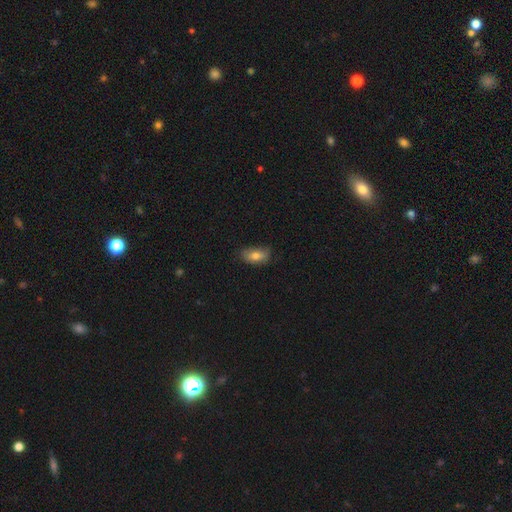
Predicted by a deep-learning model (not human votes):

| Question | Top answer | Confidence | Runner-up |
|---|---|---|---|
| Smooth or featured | smooth | 78% | featured or disk (14%) |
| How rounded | in between | 89% | round (6%) |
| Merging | none | 70% | minor disturbance (25%) |